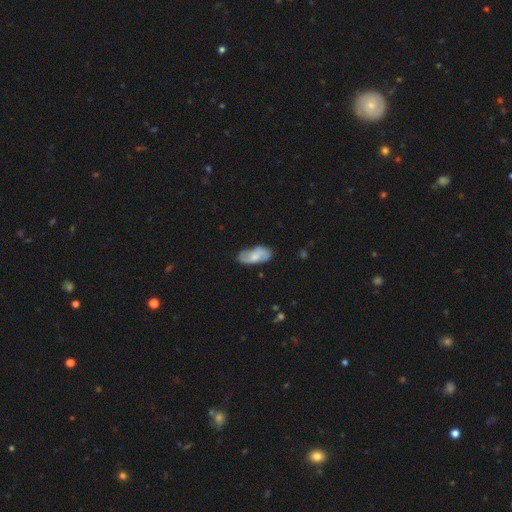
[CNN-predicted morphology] This appears to be a smooth galaxy with no disk features (49%). Merging: none (74%).